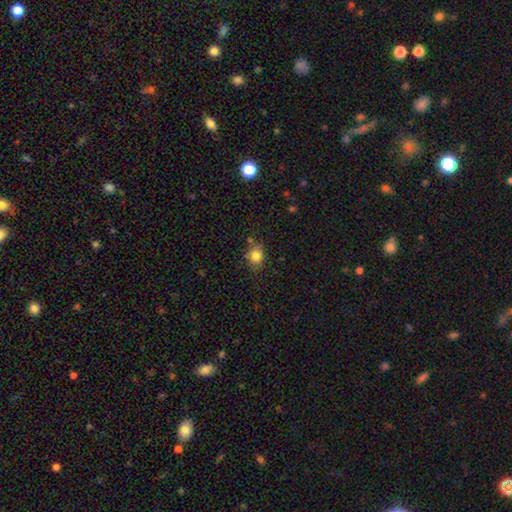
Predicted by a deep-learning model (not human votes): A smooth galaxy with no disk features (82%) that is round (61%).

Vote fractions:
- Smooth or featured? smooth: 82% / star or artifact: 11% / featured or disk: 7%
- How rounded? round: 61% / in between: 38% / cigar-shaped: 1%
- Merging? none: 71% / minor disturbance: 19% / merger: 5% / major disturbance: 4%